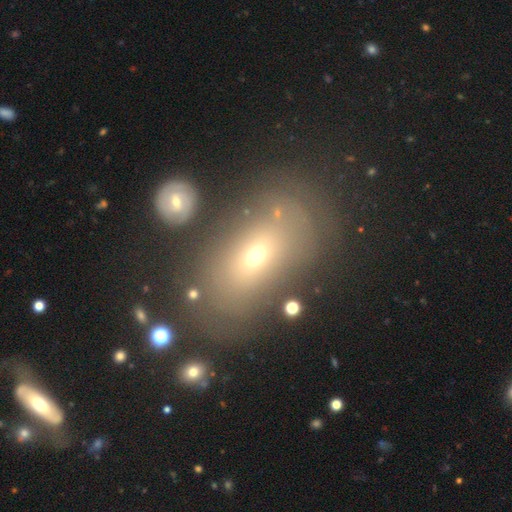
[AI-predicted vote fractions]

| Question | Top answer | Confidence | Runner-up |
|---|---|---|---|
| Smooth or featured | smooth | 55% | featured or disk (27%) |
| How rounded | in between | 79% | round (17%) |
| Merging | none | 70% | minor disturbance (14%) |